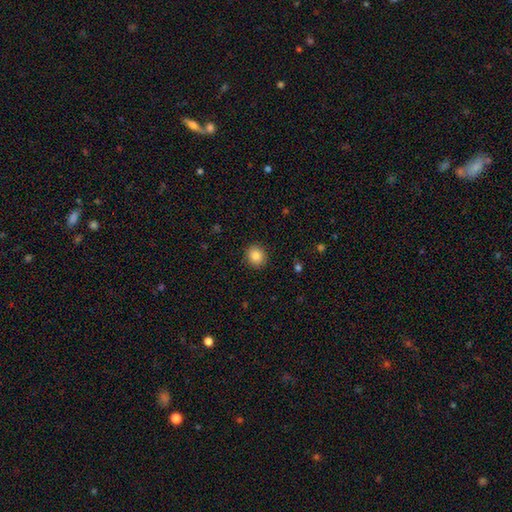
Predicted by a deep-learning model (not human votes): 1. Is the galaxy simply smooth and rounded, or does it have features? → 85% smooth, 10% star or artifact, 6% featured or disk.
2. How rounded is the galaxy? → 85% round, 14% in between, 1% cigar-shaped.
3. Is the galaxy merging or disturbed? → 91% none, 6% minor disturbance, 2% major disturbance, 1% merger.